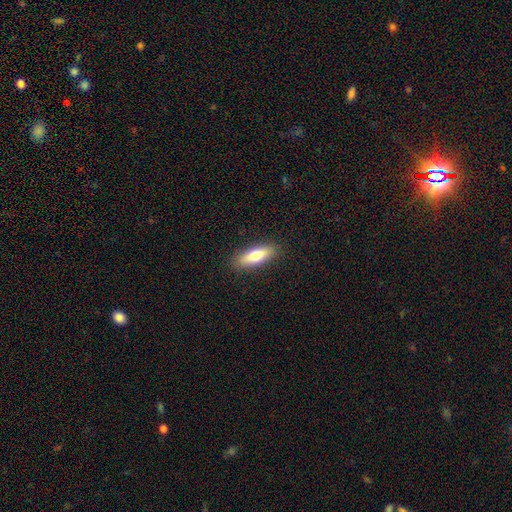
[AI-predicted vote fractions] The model was most divided on "how rounded": in between: 50%, cigar-shaped: 48%, round: 2%. More confident: merging — none (89%); smooth or featured — smooth (73%).